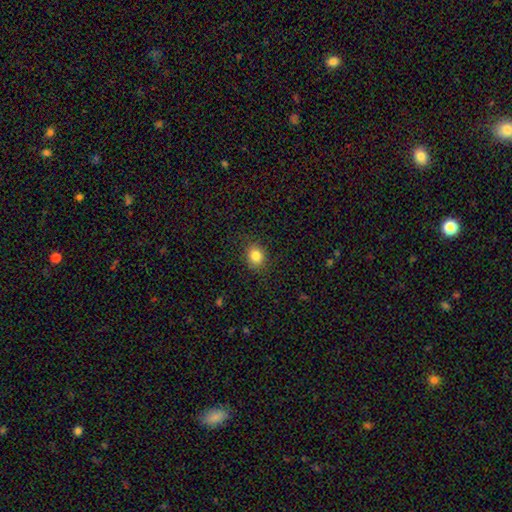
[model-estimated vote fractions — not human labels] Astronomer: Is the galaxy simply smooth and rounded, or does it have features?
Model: smooth — 83%.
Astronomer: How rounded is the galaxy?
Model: round — 72%.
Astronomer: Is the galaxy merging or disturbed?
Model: none — 87%.